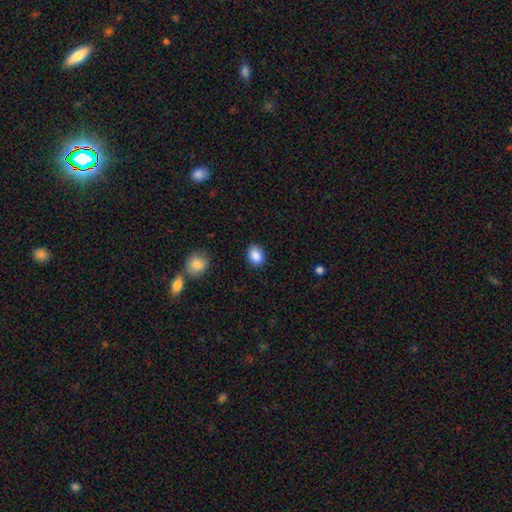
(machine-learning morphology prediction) Smooth or featured? Predicted: smooth (p=0.88). How rounded? Predicted: in between (p=0.65). Merging? Predicted: none (p=0.87).